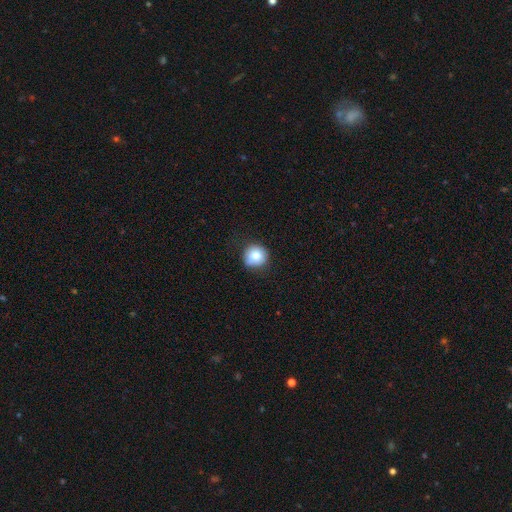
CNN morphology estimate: Smooth or featured? smooth (78%)
How rounded? round (94%)
Merging? none (85%)